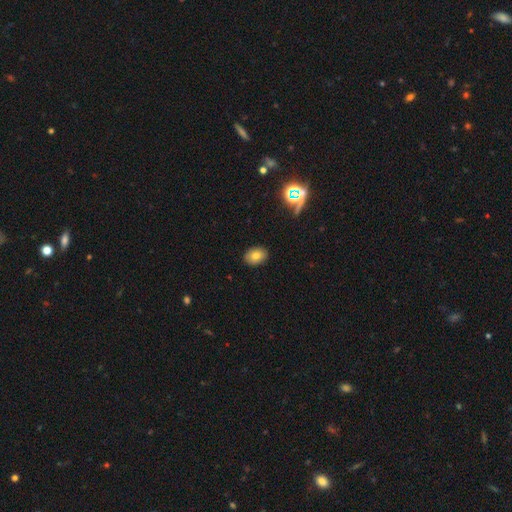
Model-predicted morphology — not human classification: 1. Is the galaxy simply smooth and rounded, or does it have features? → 74% smooth, 13% featured or disk, 13% star or artifact.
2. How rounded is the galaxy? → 69% in between, 30% round, 1% cigar-shaped.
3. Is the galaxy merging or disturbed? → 88% none, 8% minor disturbance, 2% major disturbance, 1% merger.